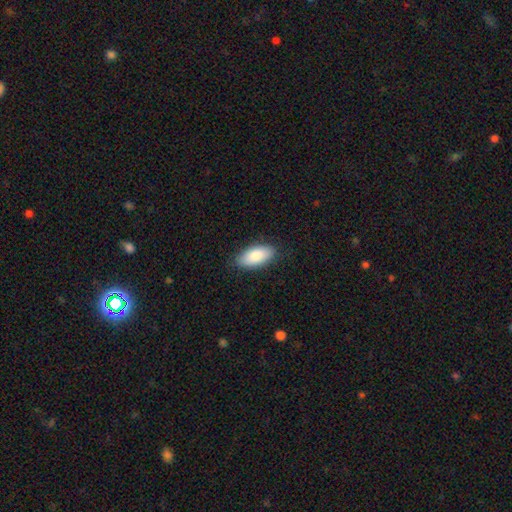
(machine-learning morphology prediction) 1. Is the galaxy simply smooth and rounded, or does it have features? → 84% smooth, 10% featured or disk, 6% star or artifact.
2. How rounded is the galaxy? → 92% in between, 6% cigar-shaped, 2% round.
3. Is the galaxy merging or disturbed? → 86% none, 10% minor disturbance, 2% major disturbance, 1% merger.